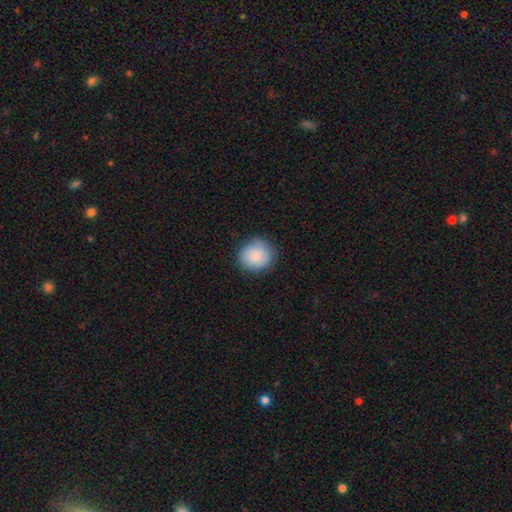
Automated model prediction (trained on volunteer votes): This is clearly a smooth galaxy (85%). How rounded: clearly round (86%). Merging: clearly none (81%).